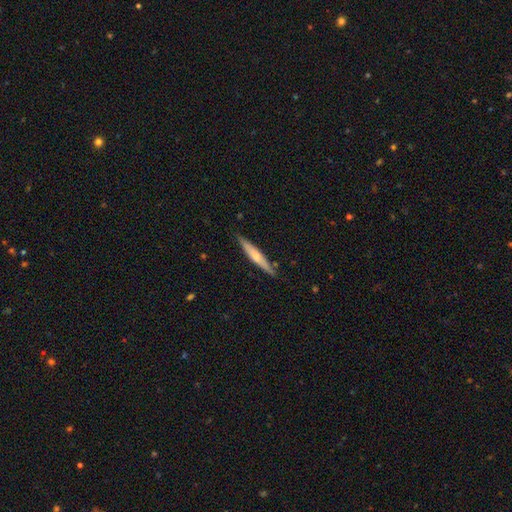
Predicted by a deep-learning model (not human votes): Smooth or featured?
  - smooth: 48% *
  - featured or disk: 46%
  - star or artifact: 6%
Merging?
  - none: 86% *
  - minor disturbance: 10%
  - major disturbance: 2%
  - merger: 2%